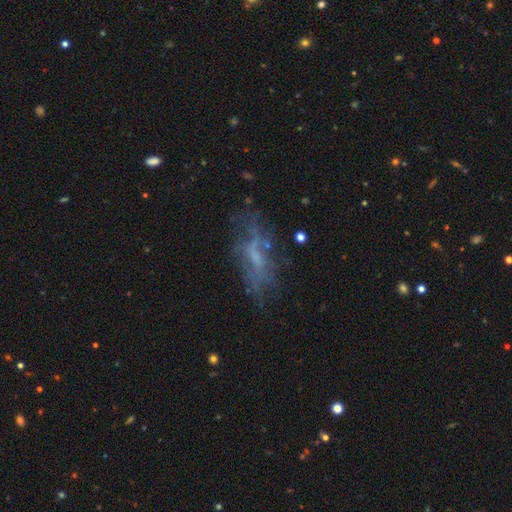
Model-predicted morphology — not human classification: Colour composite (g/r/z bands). It shows a featured or disk galaxy (55%). Merging: none (55%).